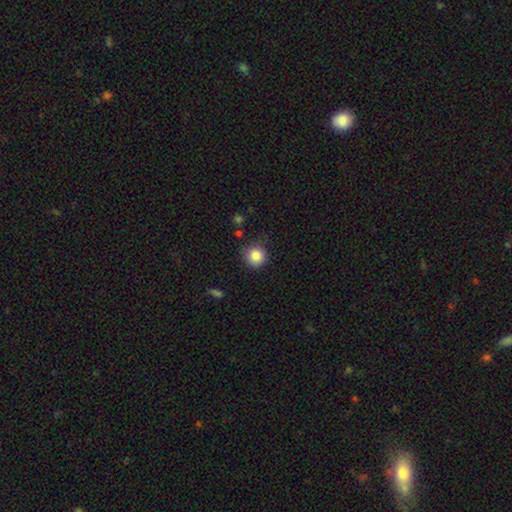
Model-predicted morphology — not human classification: smooth_or_featured: smooth (p=0.85) [alt: star or artifact p=0.10]
how_rounded: round (p=0.93) [alt: in between p=0.06]
merging: none (p=0.80) [alt: minor disturbance p=0.14]